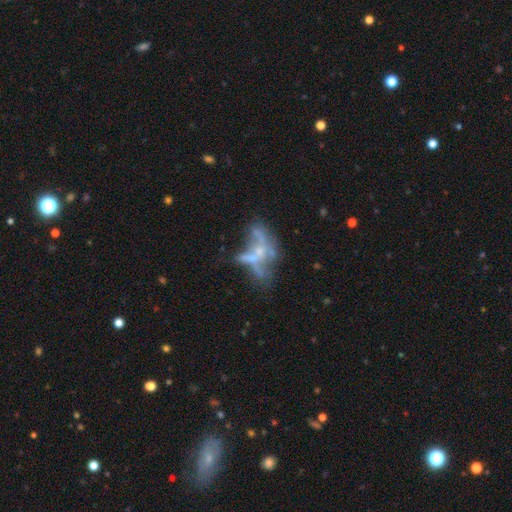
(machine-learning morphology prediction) Smooth or featured? featured or disk (66%)
Edge-on disk? no (90%)
Bar? no (81%)
Spiral arms? no (78%)
Bulge size? small (38%)
Merging? merger (34%)